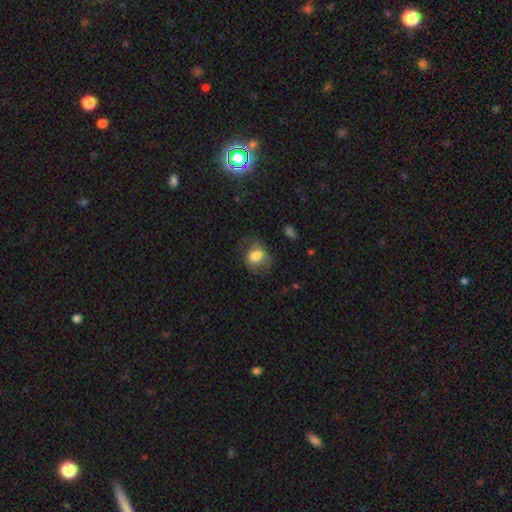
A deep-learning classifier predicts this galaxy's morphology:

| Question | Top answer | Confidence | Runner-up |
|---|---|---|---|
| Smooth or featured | smooth | 72% | featured or disk (20%) |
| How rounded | round | 54% | in between (45%) |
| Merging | none | 51% | minor disturbance (27%) |